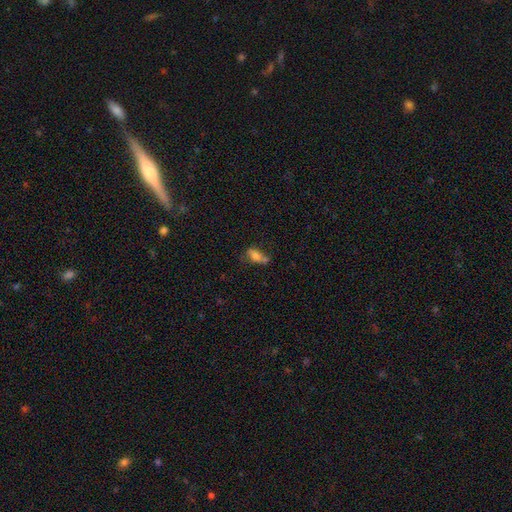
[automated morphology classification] This is likely a smooth galaxy (62%). How rounded: likely in between (80%). Merging: marginally none (38%).